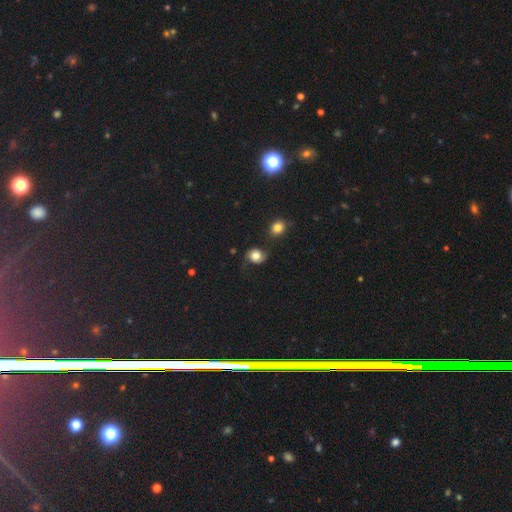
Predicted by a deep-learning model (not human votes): A smooth galaxy with no disk features (62%) that is round (70%).

Vote fractions:
- Smooth or featured? smooth: 62% / featured or disk: 28% / star or artifact: 10%
- How rounded? round: 70% / in between: 28% / cigar-shaped: 1%
- Merging? none: 63% / minor disturbance: 21% / major disturbance: 10% / merger: 6%